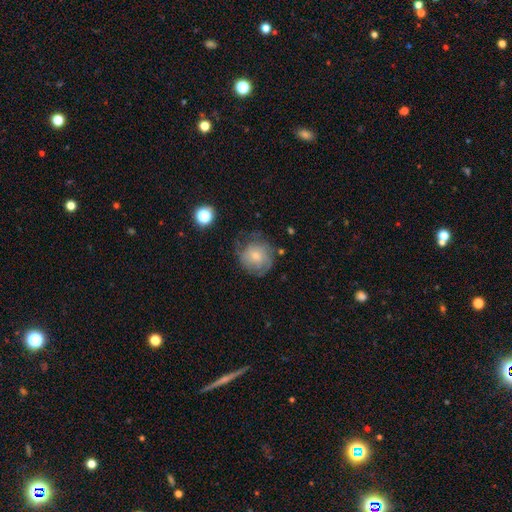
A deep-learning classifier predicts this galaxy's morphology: A featured or disk galaxy (47%). Merging: none (55%).